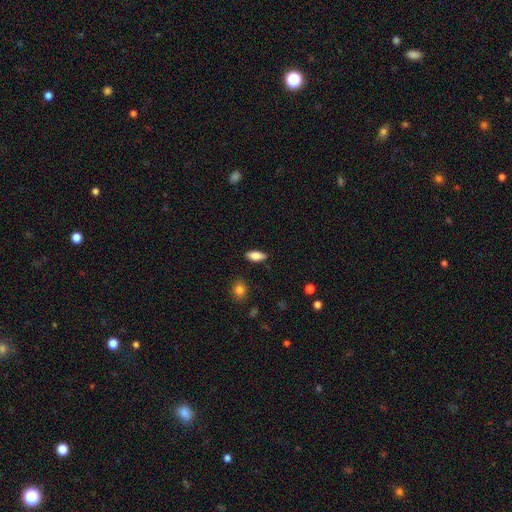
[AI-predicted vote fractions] Q: Smooth or featured?
A: smooth (86%); runner-up: featured or disk (7%)
Q: How rounded?
A: in between (84%); runner-up: cigar-shaped (13%)
Q: Merging?
A: none (87%); runner-up: minor disturbance (9%)